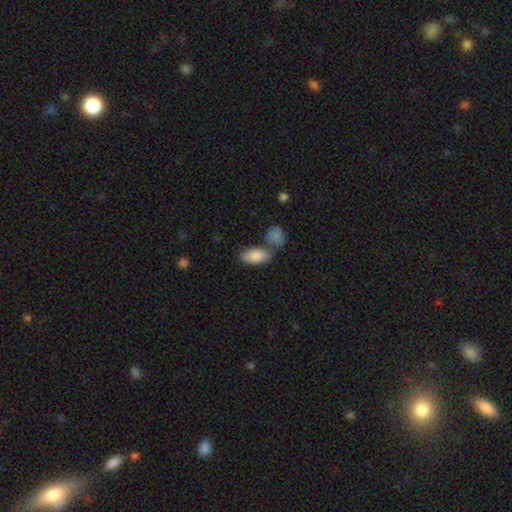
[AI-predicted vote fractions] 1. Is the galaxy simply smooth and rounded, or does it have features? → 86% smooth, 7% featured or disk, 6% star or artifact.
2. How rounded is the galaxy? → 92% in between, 6% cigar-shaped, 3% round.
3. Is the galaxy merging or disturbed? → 53% none, 29% merger, 13% minor disturbance, 4% major disturbance.